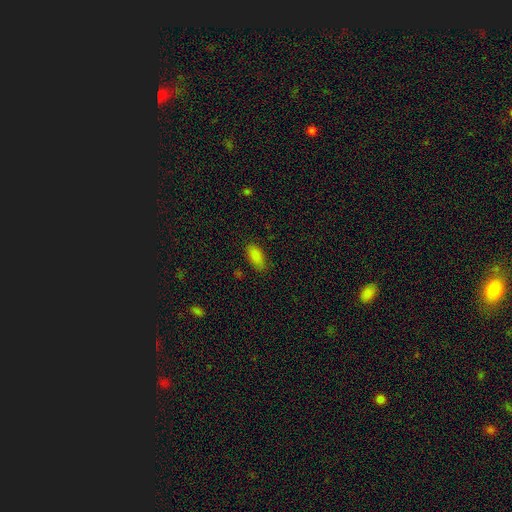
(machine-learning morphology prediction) This appears to be a smooth galaxy with no disk features (85%) that is in between round and cigar-shaped (88%). Merging: none (82%).